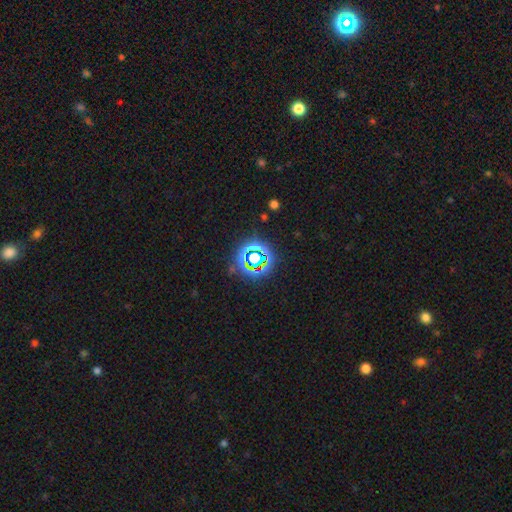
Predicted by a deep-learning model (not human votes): Smooth or featured?
  - star or artifact: 66% *
  - smooth: 21%
  - featured or disk: 13%